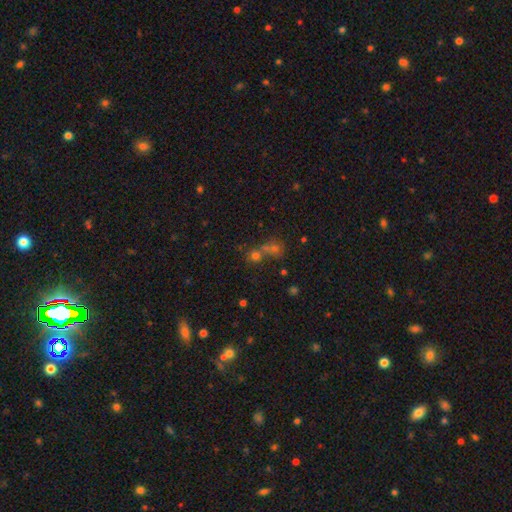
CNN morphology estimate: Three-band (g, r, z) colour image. It shows a smooth galaxy with no disk features (43%). Merging: none (44%).